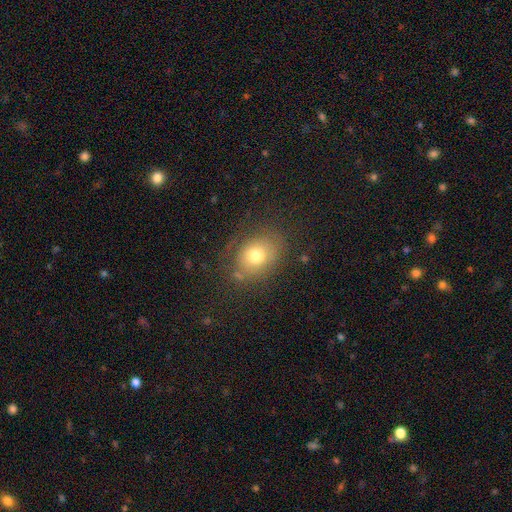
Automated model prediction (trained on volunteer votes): This is likely a smooth galaxy (72%). How rounded: possibly in between (56%). Merging: likely none (70%).